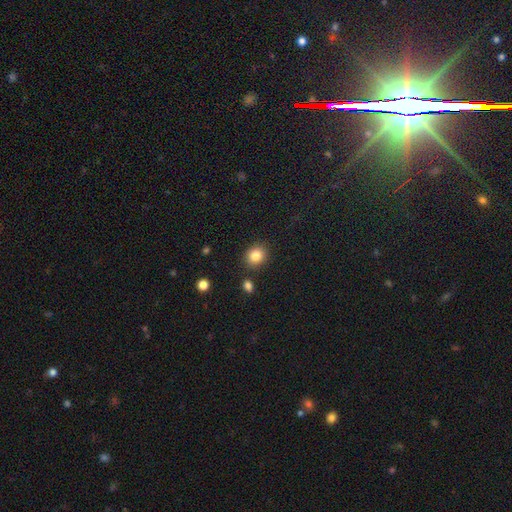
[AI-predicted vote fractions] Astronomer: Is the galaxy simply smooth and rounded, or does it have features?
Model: smooth — 84%.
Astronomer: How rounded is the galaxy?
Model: round — 69%.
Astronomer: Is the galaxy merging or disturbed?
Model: none — 84%.